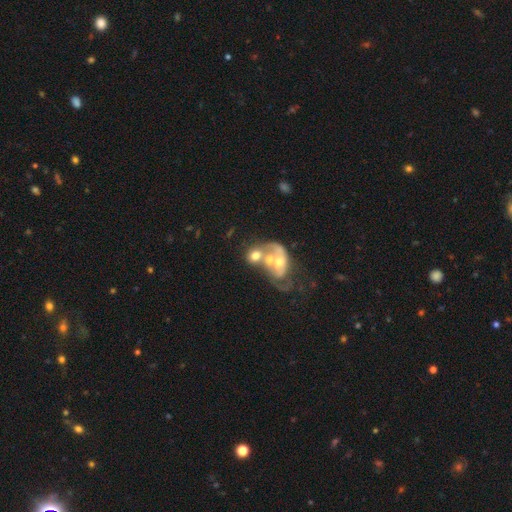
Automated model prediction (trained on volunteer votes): smooth-or-featured: featured or disk: 51% | smooth: 39% | star or artifact: 10%
  disk-edge-on: no: 96% | yes: 4%
  merging: merger: 68% | major disturbance: 14% | none: 12% | minor disturbance: 7%